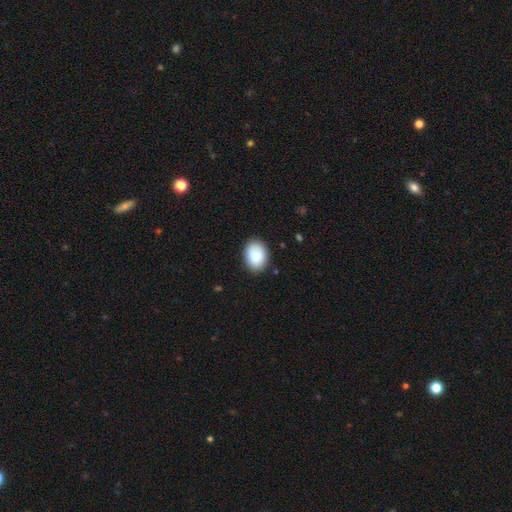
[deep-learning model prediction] Smooth or featured? Predicted: smooth (p=0.87). How rounded? Predicted: in between (p=0.75). Merging? Predicted: none (p=0.87).